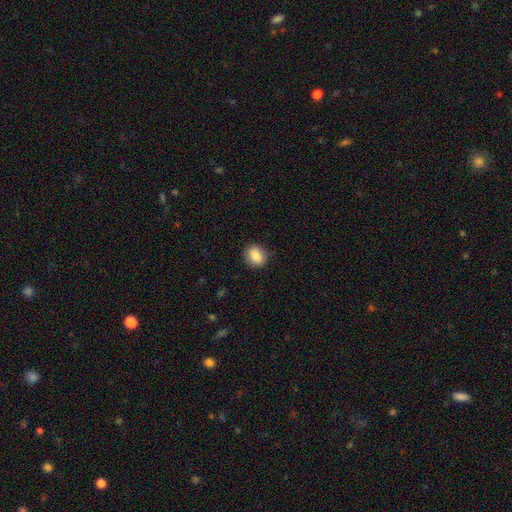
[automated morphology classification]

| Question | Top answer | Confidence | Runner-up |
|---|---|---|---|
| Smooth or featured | smooth | 86% | star or artifact (8%) |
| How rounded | in between | 56% | round (43%) |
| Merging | none | 87% | minor disturbance (10%) |